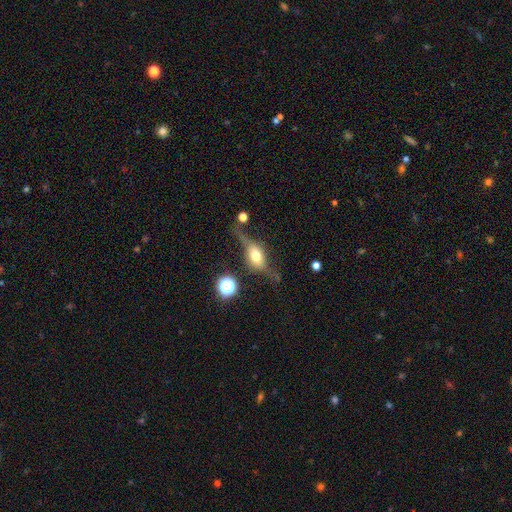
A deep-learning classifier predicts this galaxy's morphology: Smooth or featured? featured or disk (62%)
Edge-on disk? yes (82%)
Edge-on bulge? rounded (93%)
Merging? none (53%)